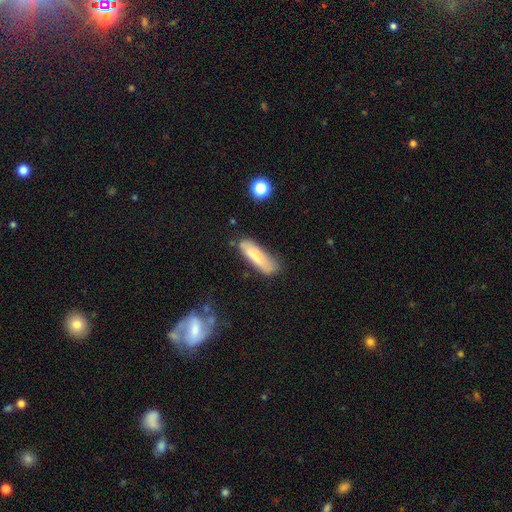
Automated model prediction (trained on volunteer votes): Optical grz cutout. It shows a smooth galaxy with no disk features (75%) that is cigar-shaped (60%). Merging: none (65%).